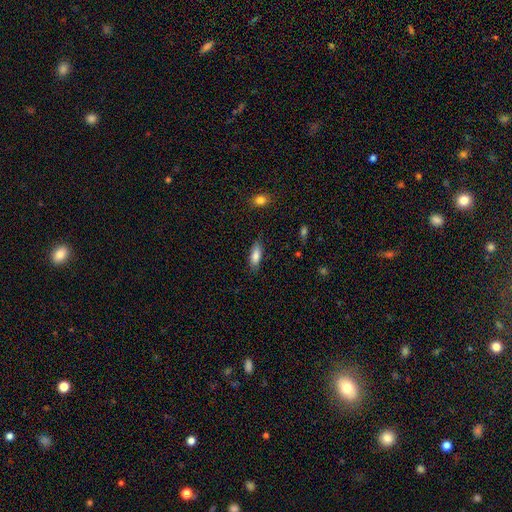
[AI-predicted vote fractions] Morphology: type=smooth (84%); roundness=in between (72%); merging=none (80%).